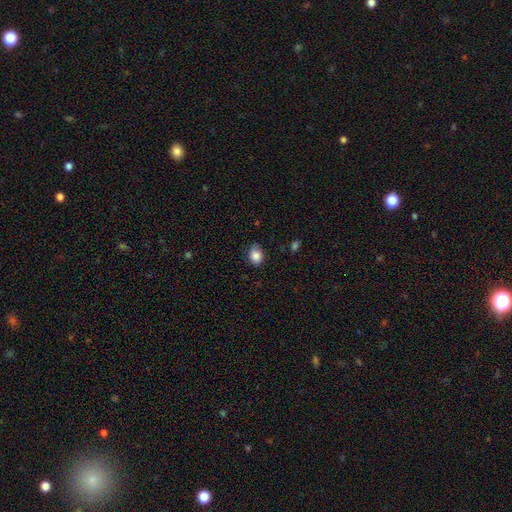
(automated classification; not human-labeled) Smooth or featured? Predicted: smooth (p=0.85). How rounded? Predicted: in between (p=0.61). Merging? Predicted: none (p=0.74).